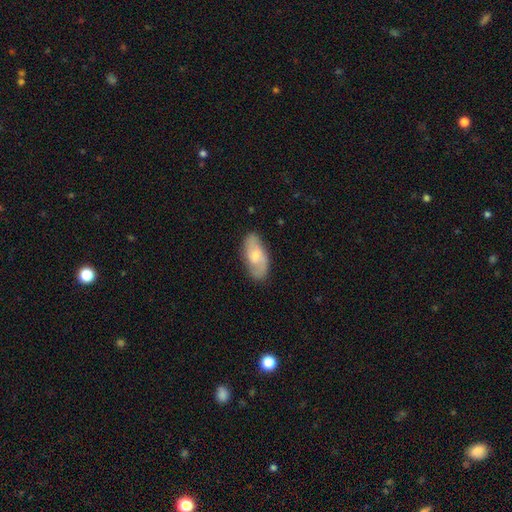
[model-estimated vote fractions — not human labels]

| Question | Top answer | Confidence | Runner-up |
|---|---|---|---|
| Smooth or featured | featured or disk | 50% | smooth (43%) |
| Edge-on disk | no | 92% | yes (8%) |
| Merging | none | 77% | minor disturbance (18%) |